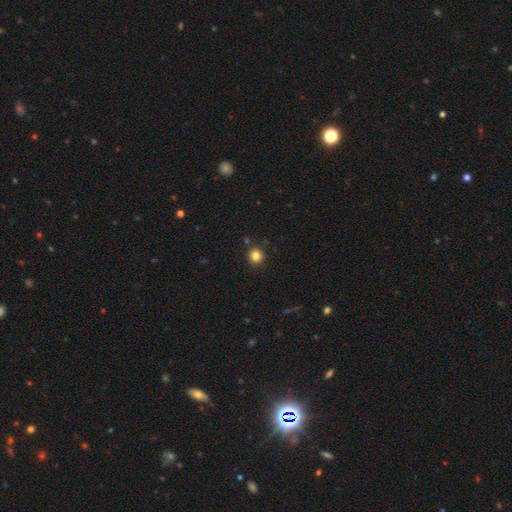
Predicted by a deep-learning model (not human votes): smooth 83%, star or artifact 12%, featured or disk 5%. Down the decision tree: how rounded — round (92%); merging — none (90%).